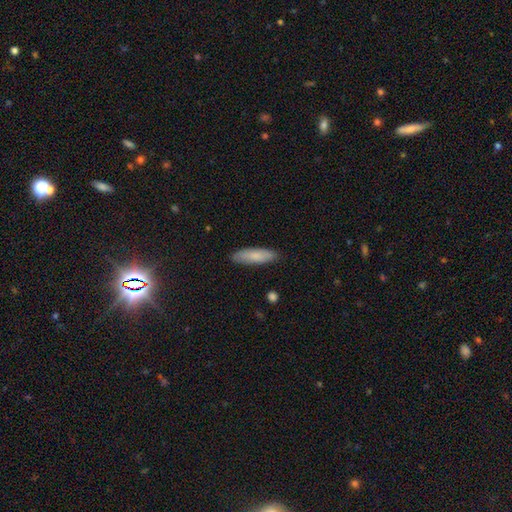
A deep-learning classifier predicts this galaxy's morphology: A smooth galaxy with no disk features (81%) that is cigar-shaped (60%).

Vote fractions:
- Smooth or featured? smooth: 81% / featured or disk: 13% / star or artifact: 6%
- How rounded? cigar-shaped: 60% / in between: 38% / round: 2%
- Merging? none: 87% / minor disturbance: 10% / major disturbance: 2% / merger: 1%